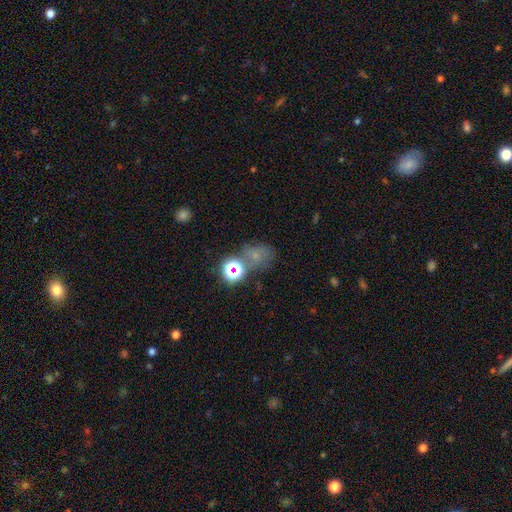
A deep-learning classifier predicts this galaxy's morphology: A star or artifact, not a galaxy (43%).

Vote fractions:
- Smooth or featured? star or artifact: 43% / smooth: 42% / featured or disk: 16%